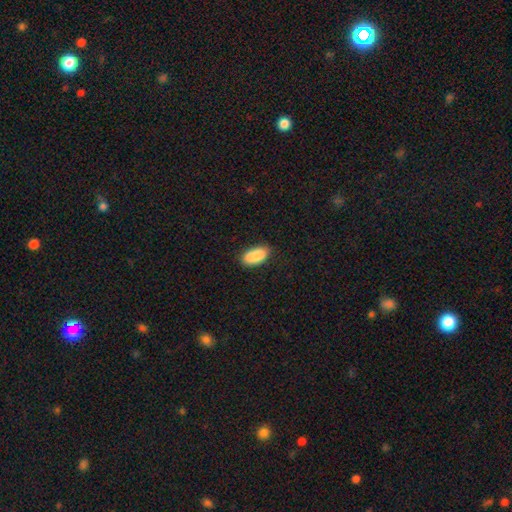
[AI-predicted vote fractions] This appears to be a smooth galaxy with no disk features (88%) that is in between round and cigar-shaped (91%). Merging: none (81%).